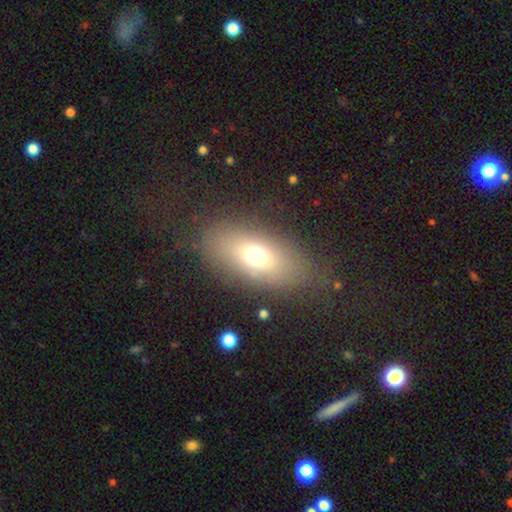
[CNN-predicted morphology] Overall: smooth (68%). How rounded: in between (83%). Merging: none (73%).